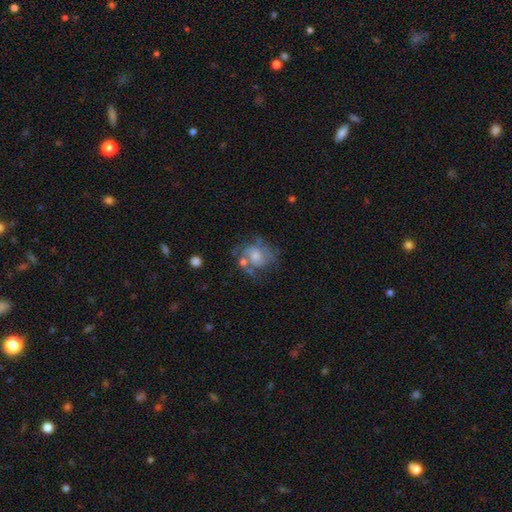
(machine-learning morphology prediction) Smooth or featured? featured or disk (64%)
Edge-on disk? no (98%)
Bar? no (75%)
Spiral arms? yes (74%)
Bulge size? moderate (47%)
Merging? none (42%)